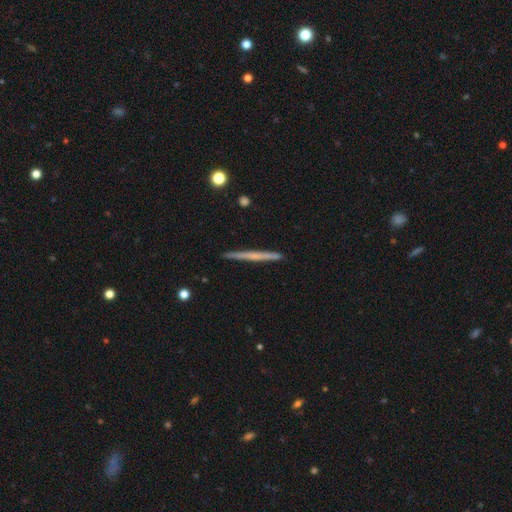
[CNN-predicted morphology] Smooth or featured? featured or disk (51%)
Edge-on disk? yes (98%)
Merging? none (91%)